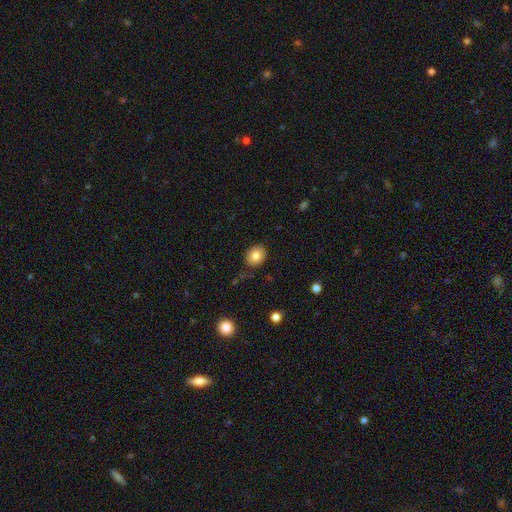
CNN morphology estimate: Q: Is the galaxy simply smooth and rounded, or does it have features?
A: smooth — 81%.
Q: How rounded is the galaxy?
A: round — 59%.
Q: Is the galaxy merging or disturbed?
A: none — 83%.